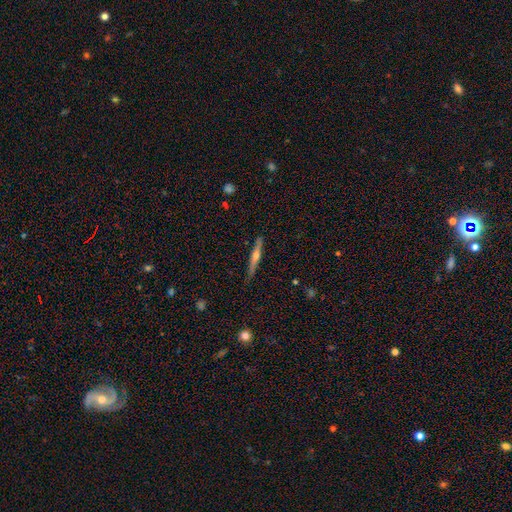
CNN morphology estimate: Q: Smooth or featured?
A: featured or disk (69%); runner-up: smooth (24%)
Q: Edge-on disk?
A: yes (97%); runner-up: no (3%)
Q: Edge-on bulge?
A: rounded (87%); runner-up: none (8%)
Q: Merging?
A: none (87%); runner-up: minor disturbance (10%)